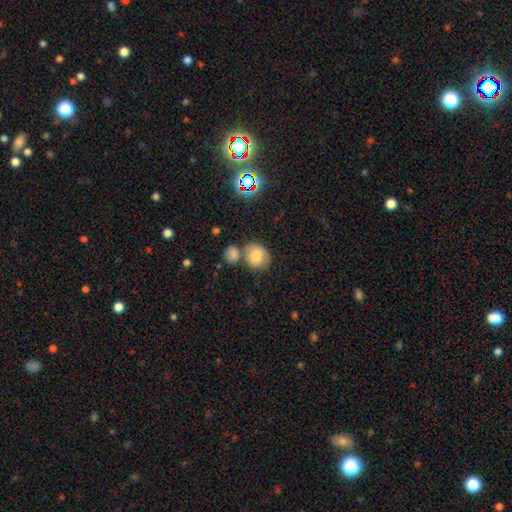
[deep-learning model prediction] The model was most divided on "merging": none: 50%, merger: 30%, minor disturbance: 14%, major disturbance: 5%. More confident: smooth or featured — smooth (80%); how rounded — round (60%).